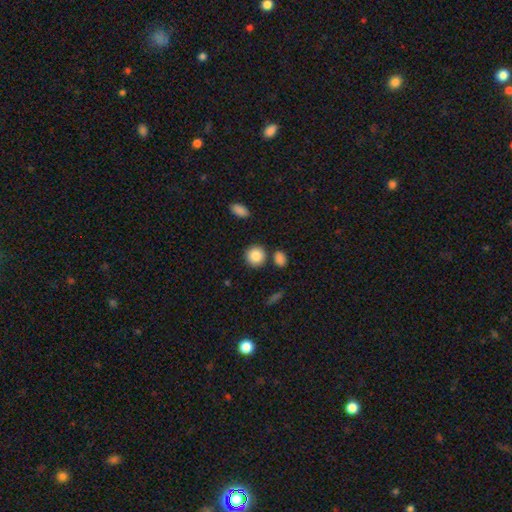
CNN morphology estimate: type=smooth (86%); roundness=round (89%); merging=none (81%).